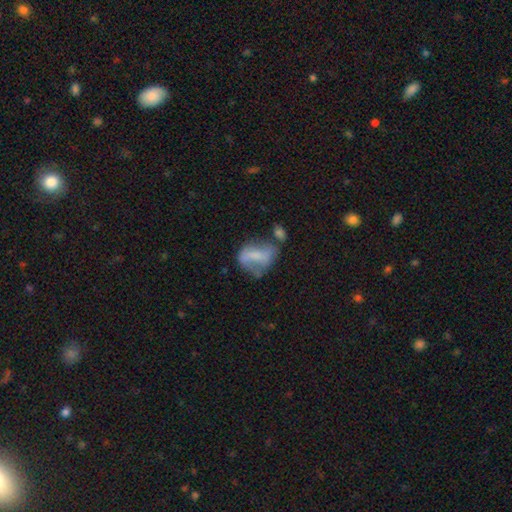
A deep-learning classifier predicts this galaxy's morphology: This is possibly a smooth galaxy (46%). Merging: marginally none (33%).